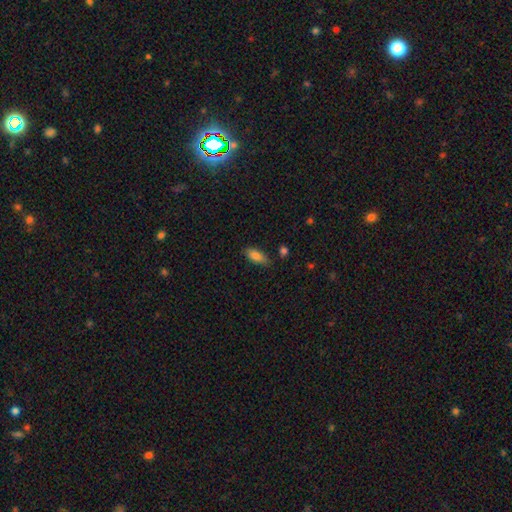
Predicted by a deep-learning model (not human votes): This appears to be a smooth galaxy with no disk features (85%) that is in between round and cigar-shaped (82%). Merging: none (77%).